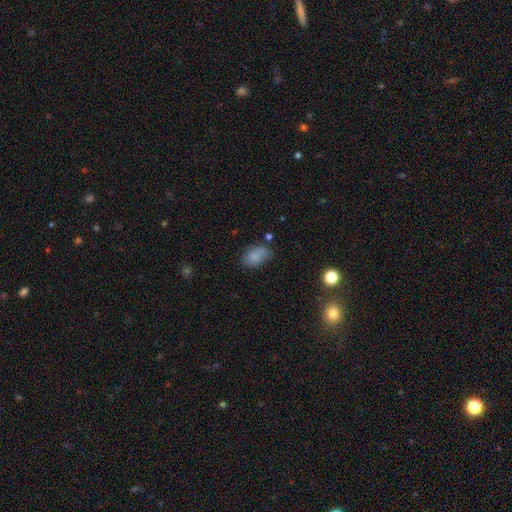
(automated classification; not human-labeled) Smooth or featured? Predicted: smooth (p=0.83). How rounded? Predicted: in between (p=0.88). Merging? Predicted: none (p=0.66).